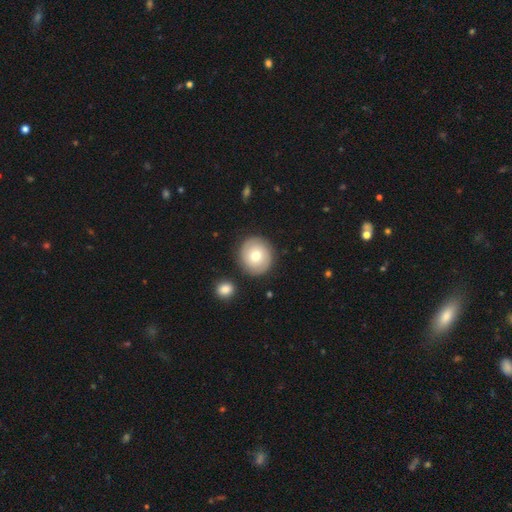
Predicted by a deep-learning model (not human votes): A smooth galaxy with no disk features (64%) that is round (88%). Merging: none (85%).